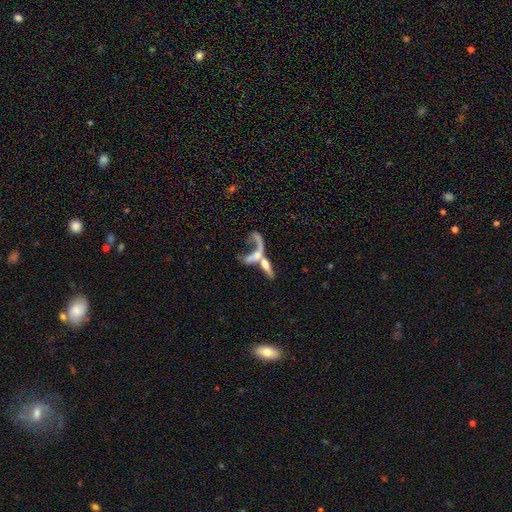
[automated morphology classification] Smooth or featured: featured or disk — 57% (smooth — 33%)
Edge-on disk: no — 67% (yes — 33%)
Merging: merger — 57% (major disturbance — 20%)